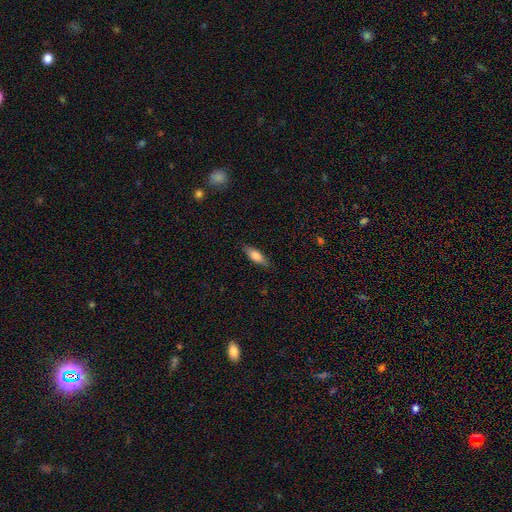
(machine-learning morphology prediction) The model was most divided on "how rounded": in between: 54%, cigar-shaped: 44%, round: 2%. More confident: merging — none (86%); smooth or featured — smooth (70%).